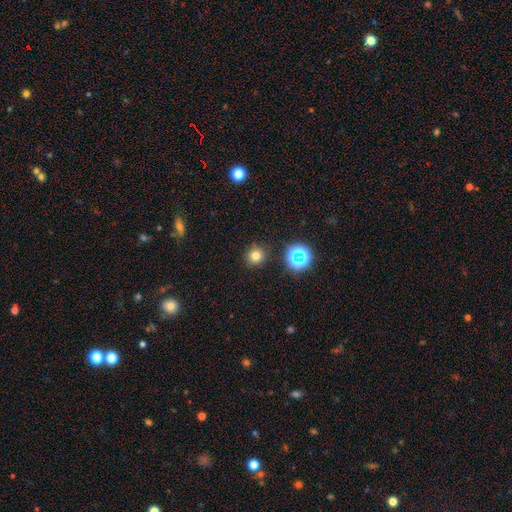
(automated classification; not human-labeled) Smooth or featured?
  - smooth: 74% *
  - star or artifact: 19%
  - featured or disk: 7%
How rounded?
  - round: 91% *
  - in between: 8%
  - cigar-shaped: 1%
Merging?
  - none: 88% *
  - minor disturbance: 7%
  - major disturbance: 3%
  - merger: 2%